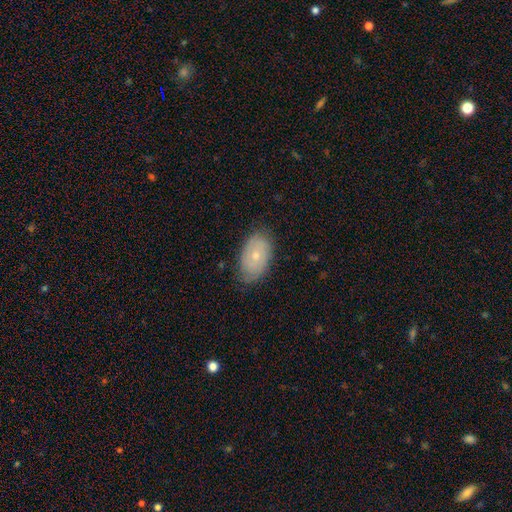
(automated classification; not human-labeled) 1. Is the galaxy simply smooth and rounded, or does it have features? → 55% smooth, 38% featured or disk, 7% star or artifact.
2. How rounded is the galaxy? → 91% in between, 8% round, 1% cigar-shaped.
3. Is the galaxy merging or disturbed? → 76% none, 19% minor disturbance, 4% major disturbance, 1% merger.